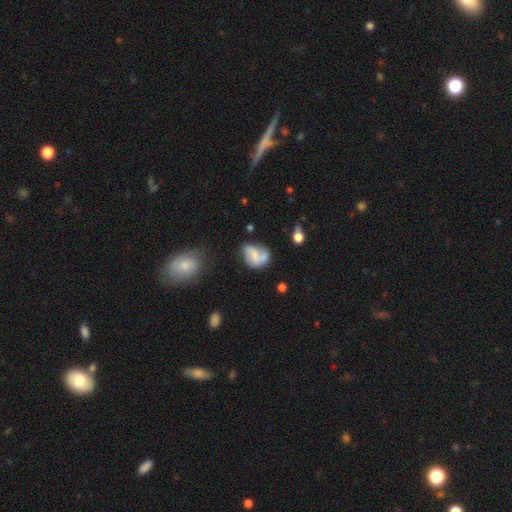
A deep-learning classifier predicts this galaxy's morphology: This appears to be a featured or disk galaxy (58%) with no bar (48%), spiral arms (77%) and no central bulge (39%). Merging: none (45%).